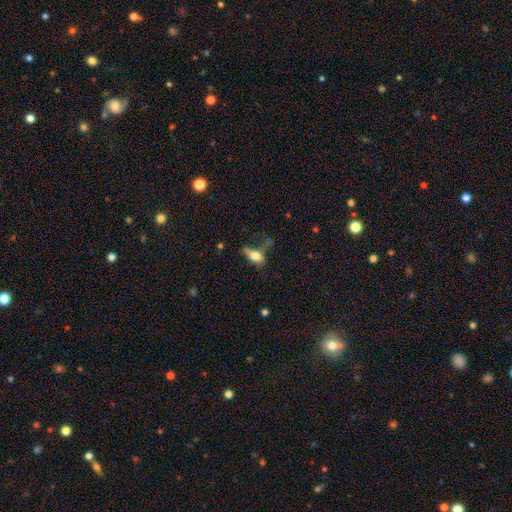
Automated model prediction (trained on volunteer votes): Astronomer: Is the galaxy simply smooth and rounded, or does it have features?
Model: smooth — 68%.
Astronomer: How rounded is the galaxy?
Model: in between — 78%.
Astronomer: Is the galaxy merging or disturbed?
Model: major disturbance — 32% (runner-up: none, 30%).